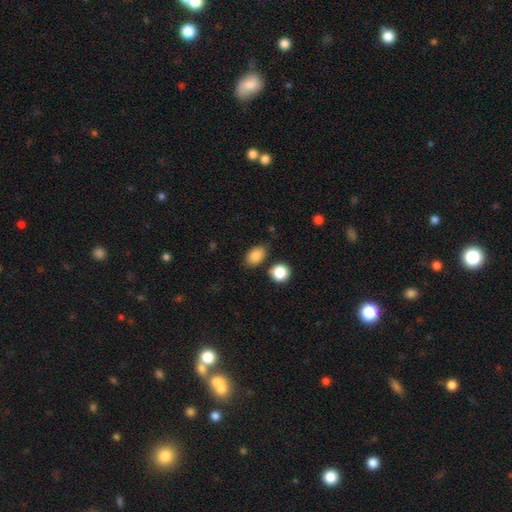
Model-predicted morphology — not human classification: A smooth galaxy with no disk features (86%) that is in between round and cigar-shaped (82%).

Vote fractions:
- Smooth or featured? smooth: 86% / star or artifact: 9% / featured or disk: 6%
- How rounded? in between: 82% / round: 17% / cigar-shaped: 1%
- Merging? none: 76% / minor disturbance: 14% / merger: 6% / major disturbance: 3%